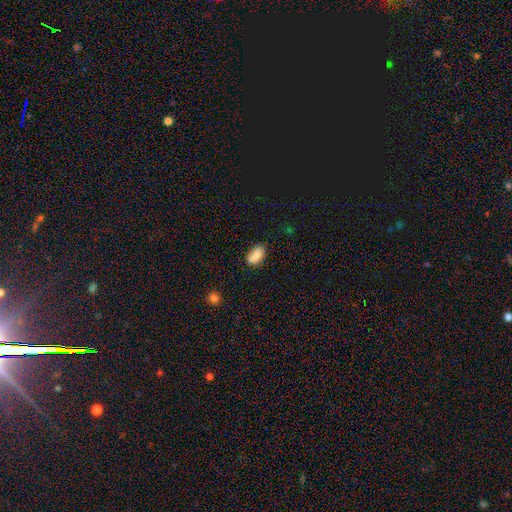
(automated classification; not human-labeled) smooth 84%, star or artifact 9%, featured or disk 7%. Down the decision tree: how rounded — in between (91%); merging — none (64%).